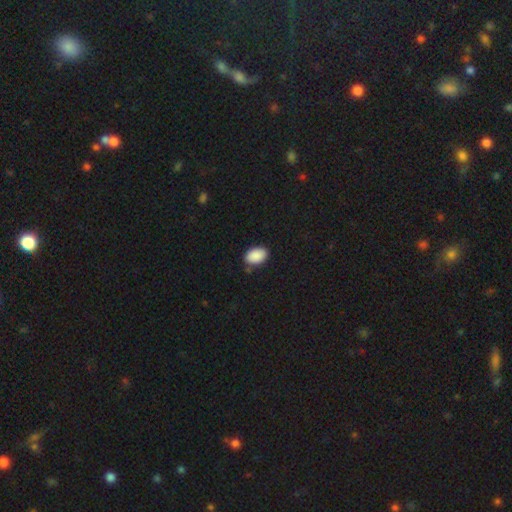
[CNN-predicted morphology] type=smooth (90%); roundness=in between (90%); merging=none (85%).